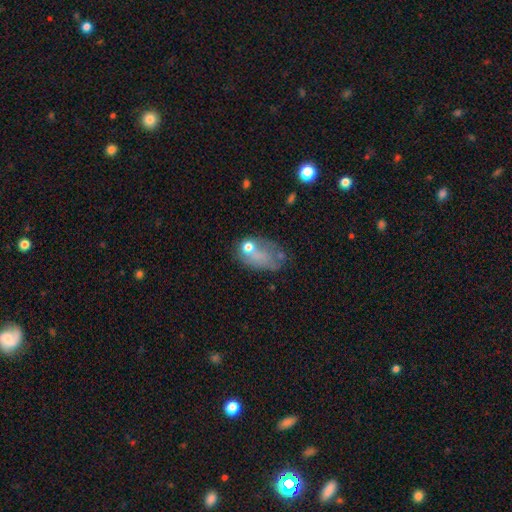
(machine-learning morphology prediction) Smooth or featured? smooth (52%)
How rounded? in between (83%)
Merging? none (36%)